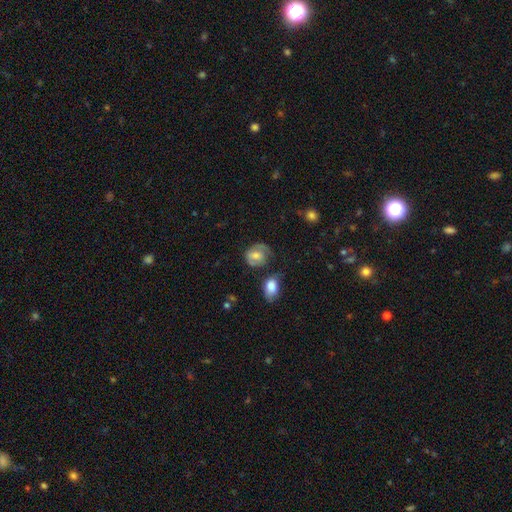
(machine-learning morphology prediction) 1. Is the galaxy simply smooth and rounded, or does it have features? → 51% smooth, 41% featured or disk, 8% star or artifact.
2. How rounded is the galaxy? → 55% round, 44% in between, 1% cigar-shaped.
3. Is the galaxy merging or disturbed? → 45% none, 26% minor disturbance, 21% major disturbance, 8% merger.